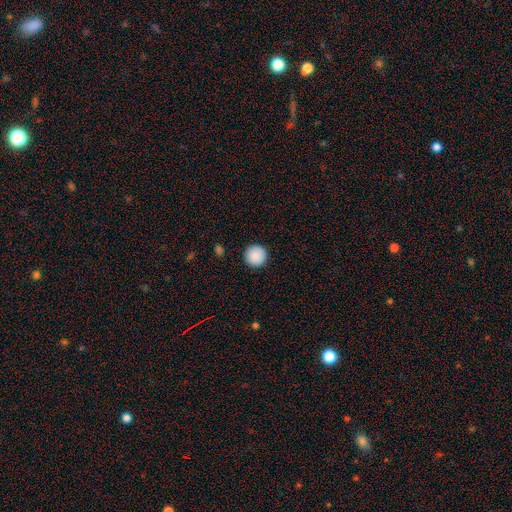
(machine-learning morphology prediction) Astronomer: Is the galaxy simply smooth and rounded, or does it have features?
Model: smooth — 89%.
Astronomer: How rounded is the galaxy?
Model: round — 96%.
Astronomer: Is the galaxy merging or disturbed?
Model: none — 93%.